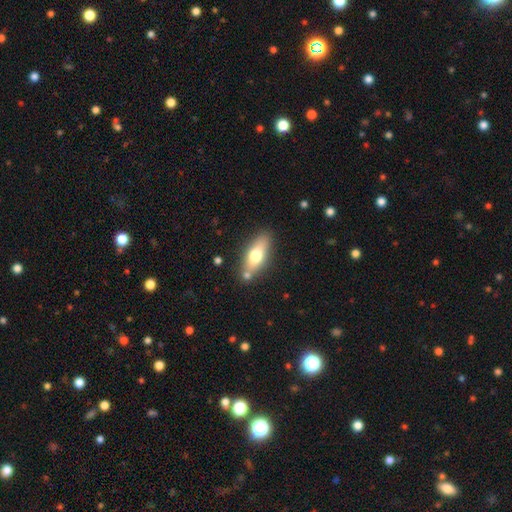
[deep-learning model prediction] Overall: smooth (66%; featured or disk 28%). How rounded: in between (66%; cigar-shaped 30%). Merging: none (75%).